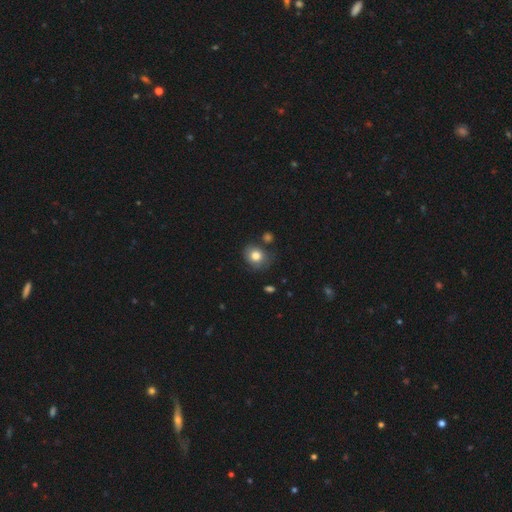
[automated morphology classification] Smooth or featured? Predicted: smooth (p=0.79). How rounded? Predicted: round (p=0.72). Merging? Predicted: none (p=0.64).